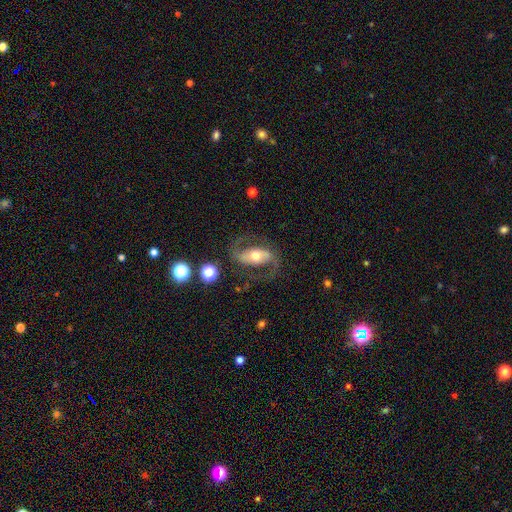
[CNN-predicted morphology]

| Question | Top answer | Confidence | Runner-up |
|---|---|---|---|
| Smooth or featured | featured or disk | 85% | smooth (9%) |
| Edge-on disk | no | 96% | yes (4%) |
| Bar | strong | 37% | weak (33%) |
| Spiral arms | yes | 94% | no (6%) |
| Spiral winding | medium | 53% | loose (35%) |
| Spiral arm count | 2 | 93% | can't tell (3%) |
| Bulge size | moderate | 69% | small (17%) |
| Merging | none | 75% | minor disturbance (12%) |